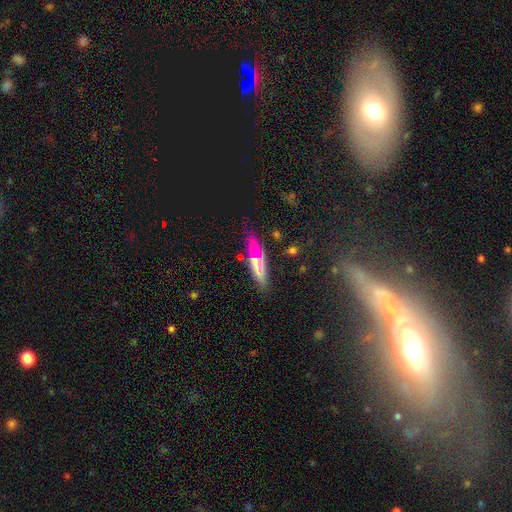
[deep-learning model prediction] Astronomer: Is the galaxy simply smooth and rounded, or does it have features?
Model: smooth — 49% (runner-up: featured or disk, 36%).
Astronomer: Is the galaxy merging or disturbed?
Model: none — 77%.